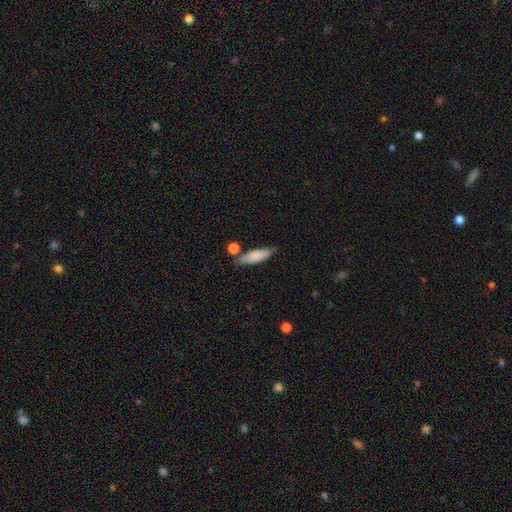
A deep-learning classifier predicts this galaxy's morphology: smooth 81%, featured or disk 12%, star or artifact 6%. Down the decision tree: how rounded — in between (52%); merging — none (67%).